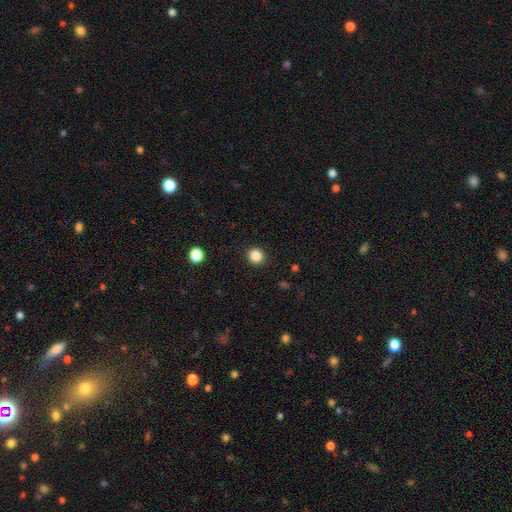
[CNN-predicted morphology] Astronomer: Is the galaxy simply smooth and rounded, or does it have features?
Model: smooth — 85%.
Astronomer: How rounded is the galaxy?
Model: round — 89%.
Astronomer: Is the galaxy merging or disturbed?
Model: none — 91%.